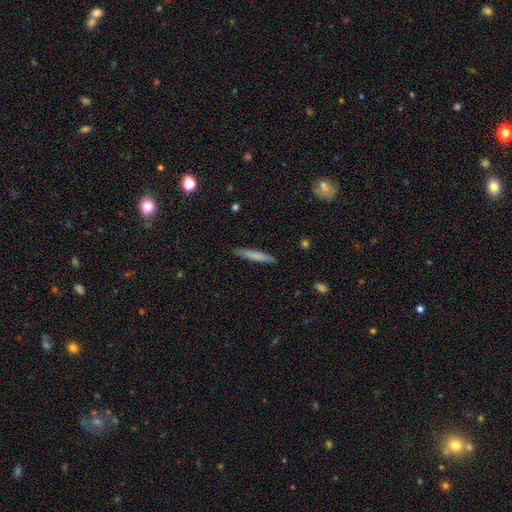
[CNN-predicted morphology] A smooth galaxy with no disk features (71%) that is cigar-shaped (94%).

Vote fractions:
- Smooth or featured? smooth: 71% / featured or disk: 23% / star or artifact: 6%
- How rounded? cigar-shaped: 94% / in between: 4% / round: 1%
- Merging? none: 89% / minor disturbance: 8% / major disturbance: 2% / merger: 1%